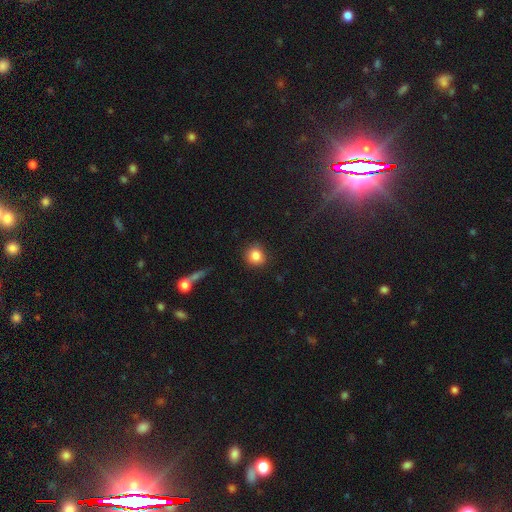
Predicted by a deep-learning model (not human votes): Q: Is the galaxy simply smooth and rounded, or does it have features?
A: smooth — 84%.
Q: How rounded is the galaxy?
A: round — 81%.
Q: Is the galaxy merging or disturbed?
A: none — 85%.